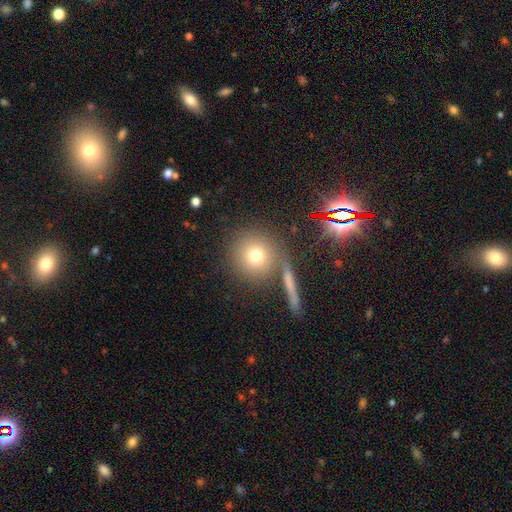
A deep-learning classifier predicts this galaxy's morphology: A smooth galaxy with no disk features (73%) that is round (92%).

Vote fractions:
- Smooth or featured? smooth: 73% / star or artifact: 14% / featured or disk: 13%
- How rounded? round: 92% / in between: 6% / cigar-shaped: 1%
- Merging? none: 76% / merger: 11% / minor disturbance: 9% / major disturbance: 4%